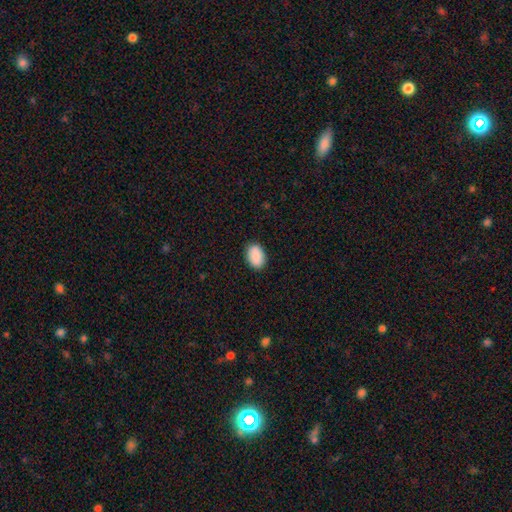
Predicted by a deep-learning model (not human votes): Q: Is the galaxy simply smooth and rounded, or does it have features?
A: smooth — 91%.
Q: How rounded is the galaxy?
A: in between — 88%.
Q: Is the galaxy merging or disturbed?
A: none — 89%.